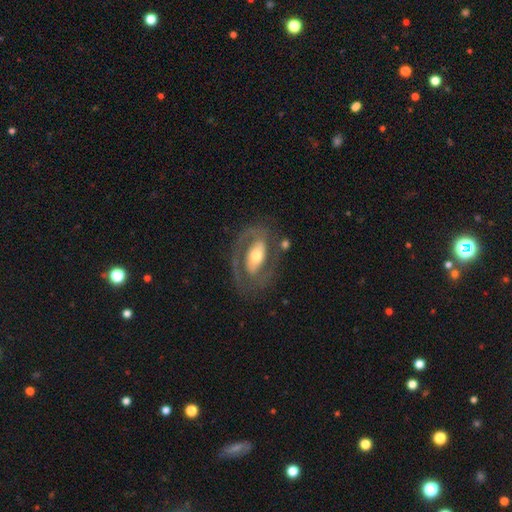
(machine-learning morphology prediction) A featured or disk galaxy (77%) with no bar (37%), 2 (75%) medium (44%) spiral arms (72%) and a moderate central bulge (67%).

Vote fractions:
- Smooth or featured? featured or disk: 77% / smooth: 18% / star or artifact: 5%
- Edge-on disk? no: 94% / yes: 6%
- Bar? no: 37% / strong: 34% / weak: 29%
- Spiral arms? yes: 72% / no: 28%
- Spiral winding? medium: 44% / tight: 40% / loose: 17%
- Spiral arm count? 2: 75% / 1: 12% / can't tell: 10% / 3: 2% / 4: 1% / more than 4: 1%
- Bulge size? moderate: 67% / small: 16% / large: 15% / dominant: 2% / none: 1%
- Merging? none: 69% / minor disturbance: 16% / major disturbance: 12% / merger: 3%